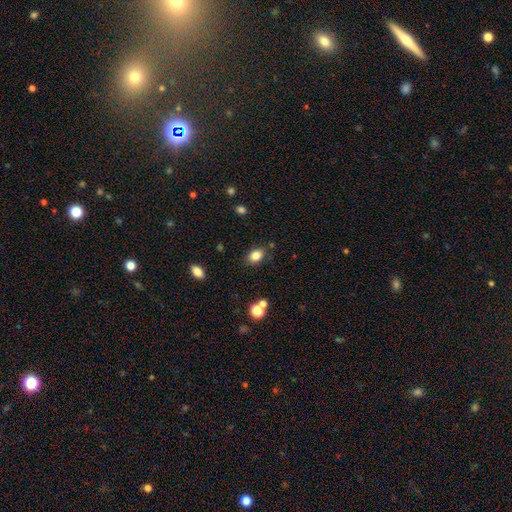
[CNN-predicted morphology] Smooth or featured: smooth — 83% (star or artifact — 10%)
How rounded: in between — 75% (round — 24%)
Merging: none — 81% (minor disturbance — 13%)